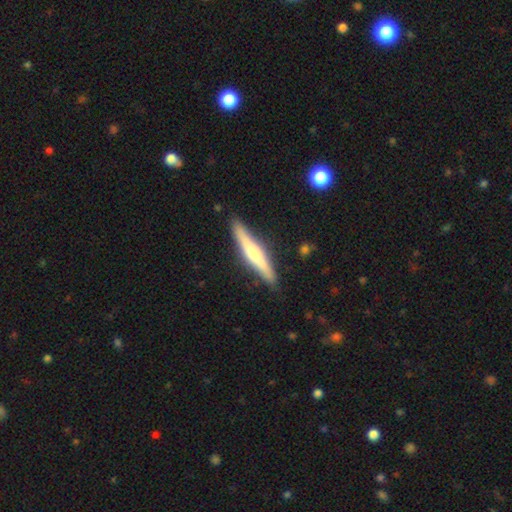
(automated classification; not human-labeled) Smooth or featured? featured or disk (48%)
Merging? none (87%)